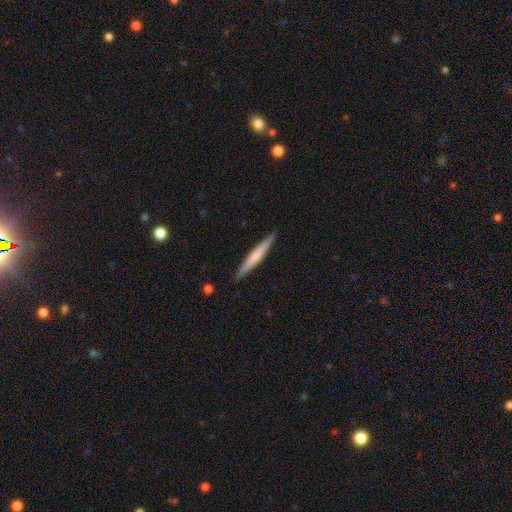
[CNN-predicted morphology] type=smooth (53%); roundness=cigar-shaped (96%); merging=none (91%).